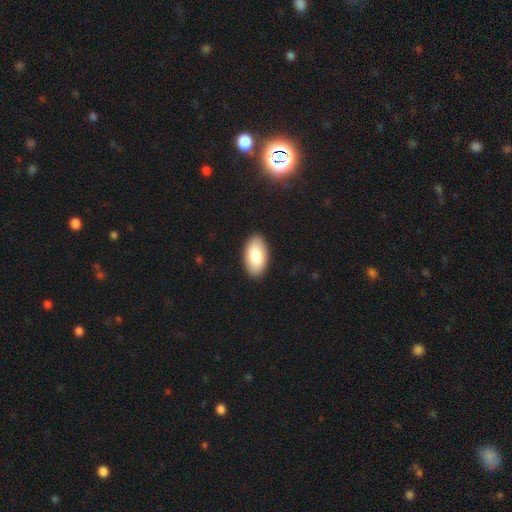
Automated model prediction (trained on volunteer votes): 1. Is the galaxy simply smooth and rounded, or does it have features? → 81% smooth, 14% featured or disk, 6% star or artifact.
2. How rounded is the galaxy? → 96% in between, 3% round, 2% cigar-shaped.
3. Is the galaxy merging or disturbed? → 90% none, 8% minor disturbance, 2% major disturbance, 1% merger.